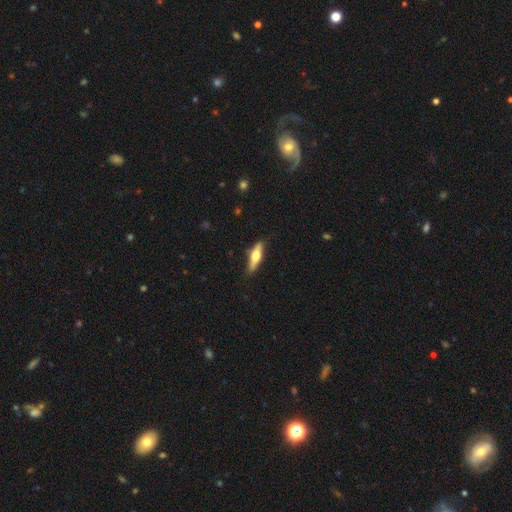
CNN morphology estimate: Smooth or featured? featured or disk (51%)
Edge-on disk? yes (93%)
Merging? none (83%)